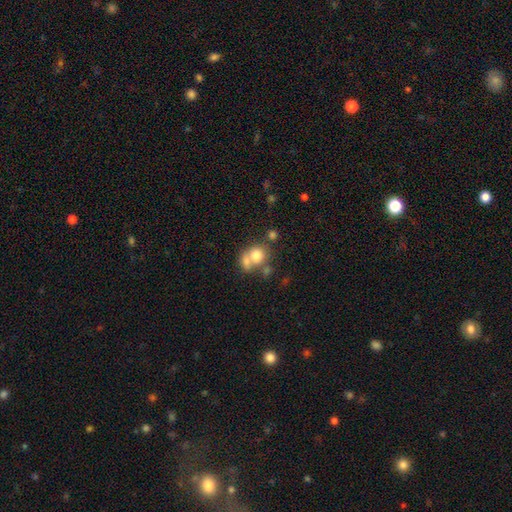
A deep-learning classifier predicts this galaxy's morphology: smooth 73%, featured or disk 16%, star or artifact 11%. Down the decision tree: how rounded — round (72%); merging — merger (48%).